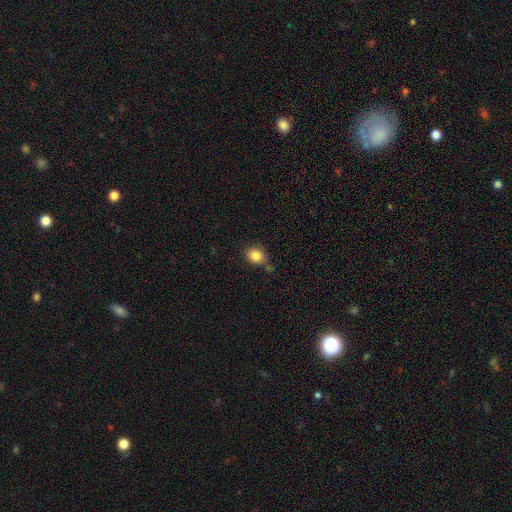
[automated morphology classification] A smooth galaxy with no disk features (85%) that is round (57%). Merging: none (72%).